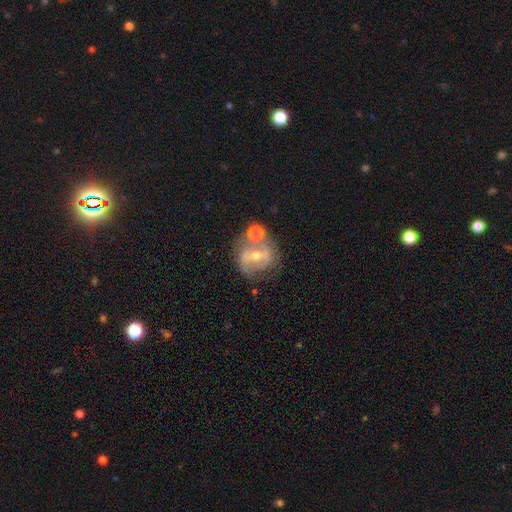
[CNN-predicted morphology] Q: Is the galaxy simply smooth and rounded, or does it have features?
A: featured or disk — 68%.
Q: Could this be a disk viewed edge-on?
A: no — 95%.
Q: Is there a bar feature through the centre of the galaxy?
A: strong — 40%.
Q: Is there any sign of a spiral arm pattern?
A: yes — 64%.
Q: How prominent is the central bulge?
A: moderate — 56%.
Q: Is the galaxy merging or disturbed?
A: none — 56%.